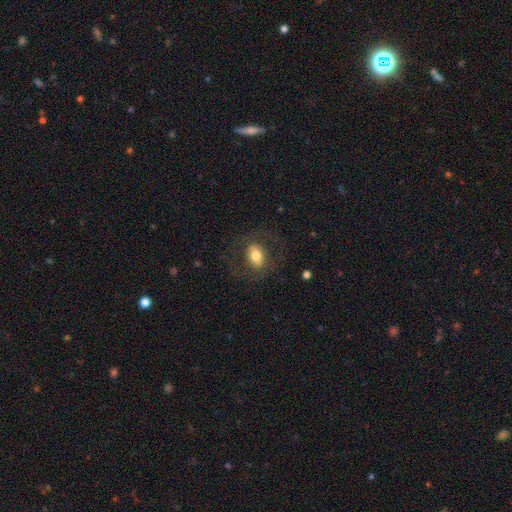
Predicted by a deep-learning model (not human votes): The model was most divided on "smooth or featured": smooth: 63%, featured or disk: 29%, star or artifact: 8%. More confident: how rounded — in between (76%); merging — none (74%).